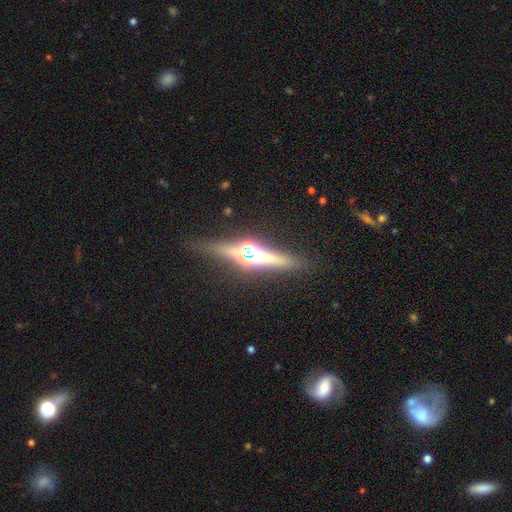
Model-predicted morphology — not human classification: Overall: featured or disk (64%). Edge-on disk: yes (92%). Edge-on bulge: rounded (91%). Merging: none (83%).